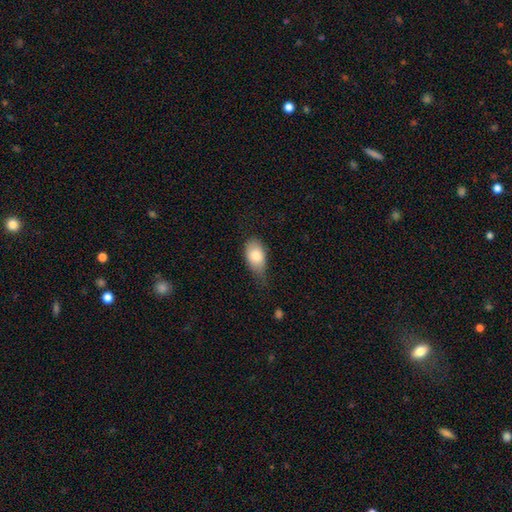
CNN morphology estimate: Overall: smooth (80%). How rounded: in between (89%). Merging: minor disturbance (45%; none 40%).